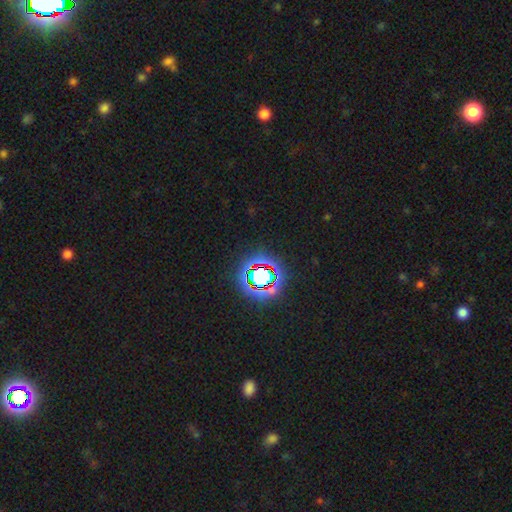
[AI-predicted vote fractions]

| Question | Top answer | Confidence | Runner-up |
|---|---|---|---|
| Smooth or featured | star or artifact | 80% | smooth (13%) |